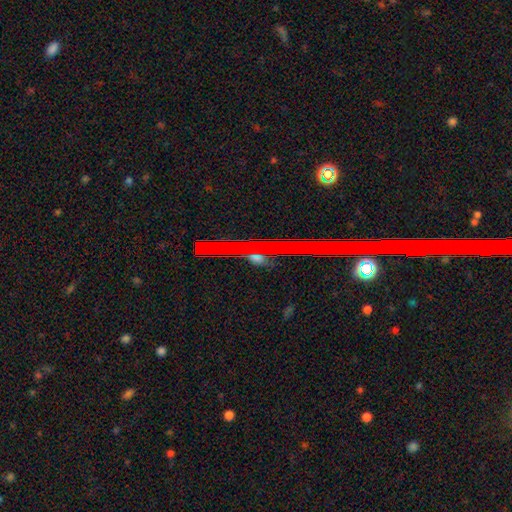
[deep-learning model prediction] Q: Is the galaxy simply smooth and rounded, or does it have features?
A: star or artifact — 50%.